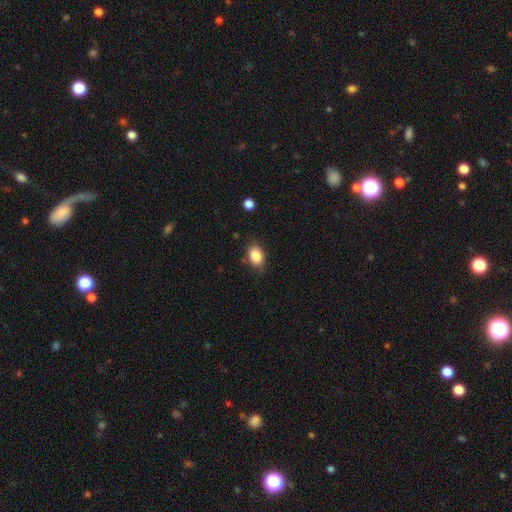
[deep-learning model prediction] This is clearly a smooth galaxy (87%). How rounded: clearly in between (81%). Merging: likely none (79%).